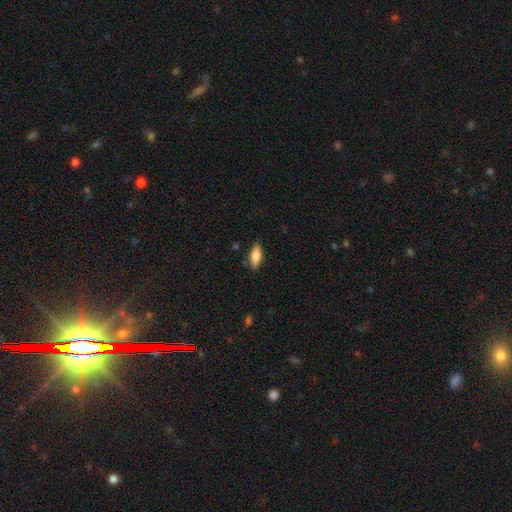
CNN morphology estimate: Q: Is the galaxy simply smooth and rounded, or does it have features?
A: smooth — 78%.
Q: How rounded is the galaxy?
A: in between — 64%.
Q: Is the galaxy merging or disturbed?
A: none — 84%.